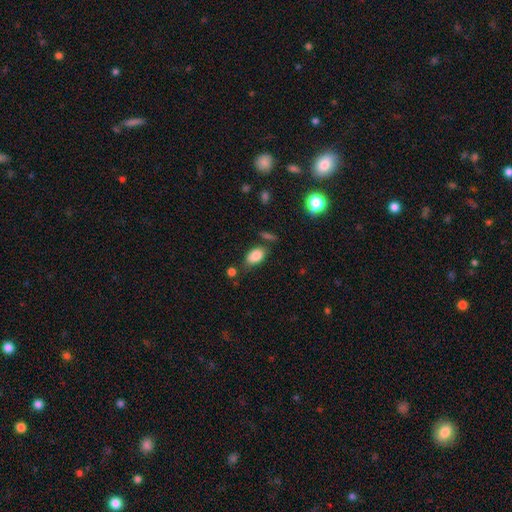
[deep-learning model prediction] Smooth or featured?
  - smooth: 85% *
  - star or artifact: 8%
  - featured or disk: 7%
How rounded?
  - in between: 91% *
  - round: 7%
  - cigar-shaped: 2%
Merging?
  - none: 67% *
  - minor disturbance: 20%
  - merger: 7%
  - major disturbance: 6%